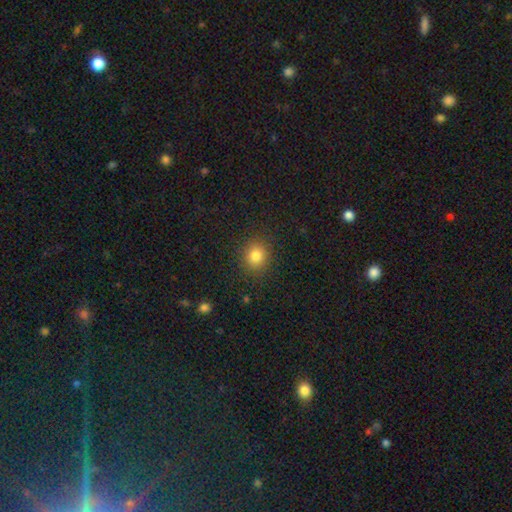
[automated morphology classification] smooth-or-featured: smooth: 82% | star or artifact: 12% | featured or disk: 6%
  how-rounded: round: 78% | in between: 21% | cigar-shaped: 1%
  merging: none: 89% | minor disturbance: 7% | major disturbance: 3% | merger: 1%